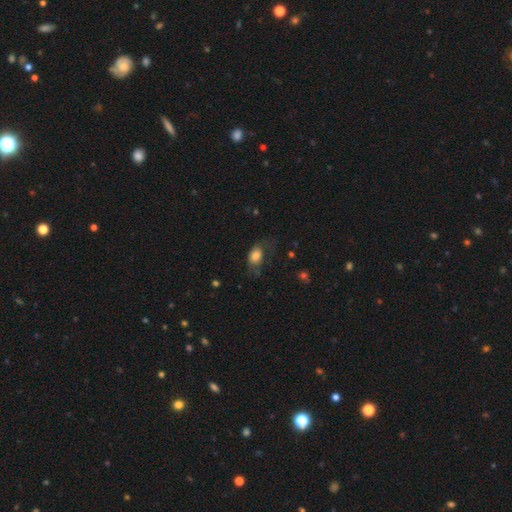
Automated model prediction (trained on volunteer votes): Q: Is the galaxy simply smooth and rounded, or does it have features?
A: smooth — 78%.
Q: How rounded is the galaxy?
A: in between — 82%.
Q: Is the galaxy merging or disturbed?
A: none — 39%.